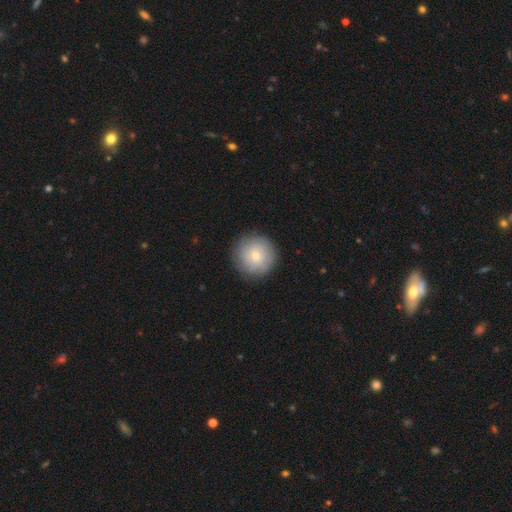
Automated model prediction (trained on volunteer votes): smooth 74%, featured or disk 19%, star or artifact 7%. Down the decision tree: how rounded — round (95%); merging — none (87%).